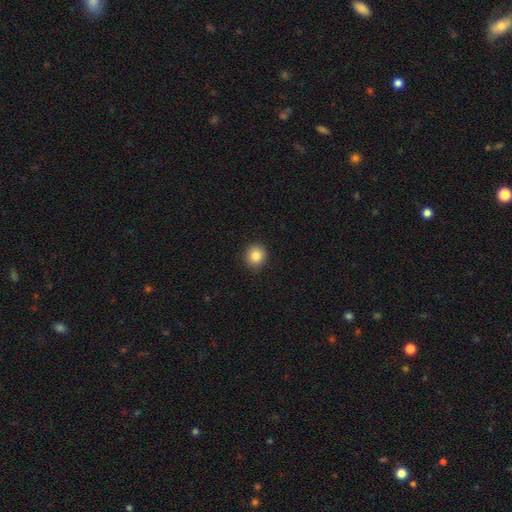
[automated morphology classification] Overall: smooth (85%). How rounded: round (88%). Merging: none (91%).